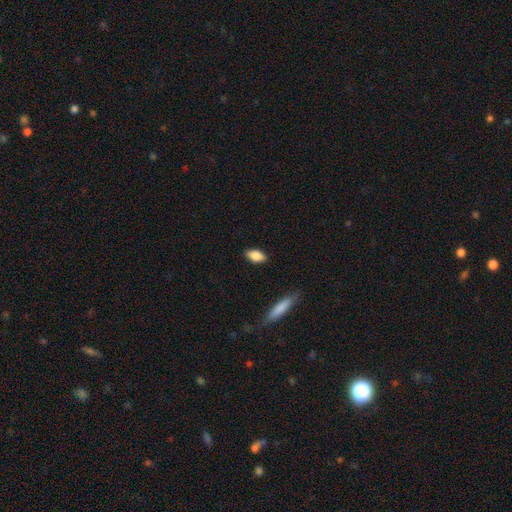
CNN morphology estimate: Smooth or featured? smooth (85%)
How rounded? in between (89%)
Merging? none (86%)